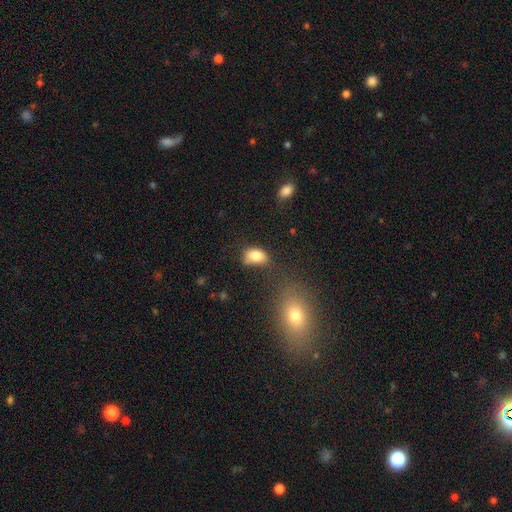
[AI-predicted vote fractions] Morphology: type=smooth (81%); roundness=in between (84%); merging=none (46%).